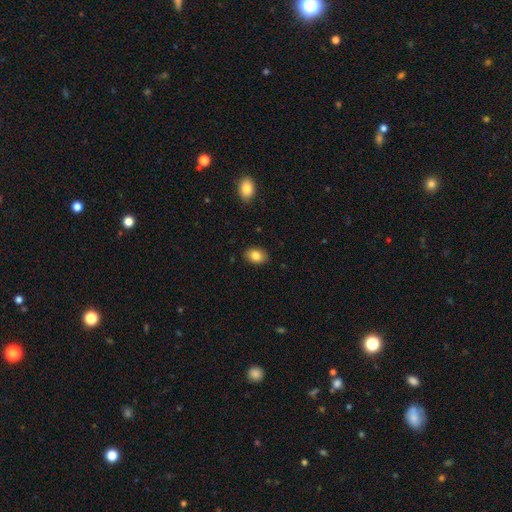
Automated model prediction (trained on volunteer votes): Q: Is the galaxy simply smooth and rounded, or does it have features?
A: smooth — 85%.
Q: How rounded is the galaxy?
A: in between — 82%.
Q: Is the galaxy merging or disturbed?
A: none — 88%.